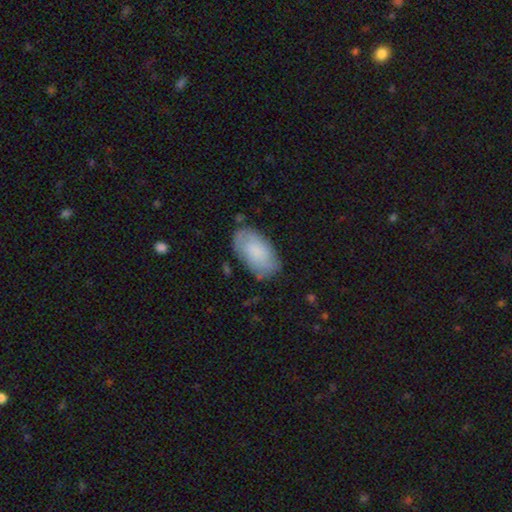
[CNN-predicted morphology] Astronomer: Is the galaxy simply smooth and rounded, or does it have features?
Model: smooth — 68%.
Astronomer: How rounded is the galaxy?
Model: in between — 95%.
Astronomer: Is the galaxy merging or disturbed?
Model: none — 68%.